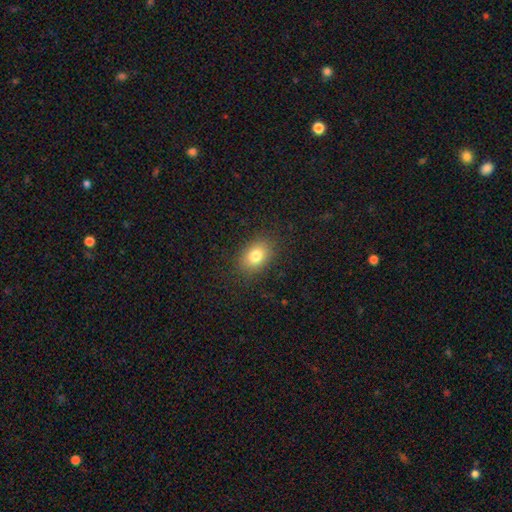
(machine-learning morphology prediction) Smooth or featured?
  - smooth: 81% *
  - star or artifact: 10%
  - featured or disk: 9%
How rounded?
  - in between: 75% *
  - round: 23%
  - cigar-shaped: 1%
Merging?
  - none: 87% *
  - minor disturbance: 9%
  - major disturbance: 3%
  - merger: 1%